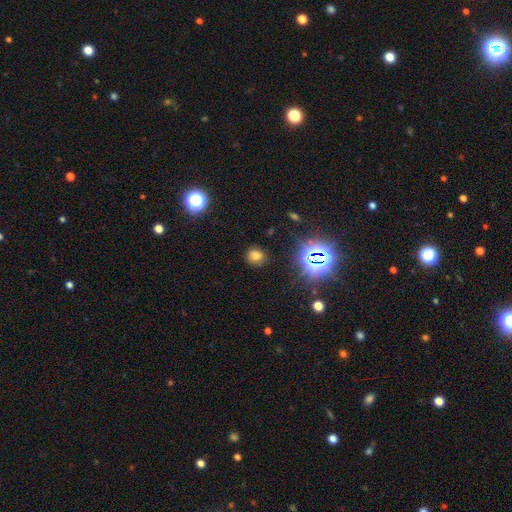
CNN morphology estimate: This is likely a smooth galaxy (67%). How rounded: likely round (74%). Merging: clearly none (84%).